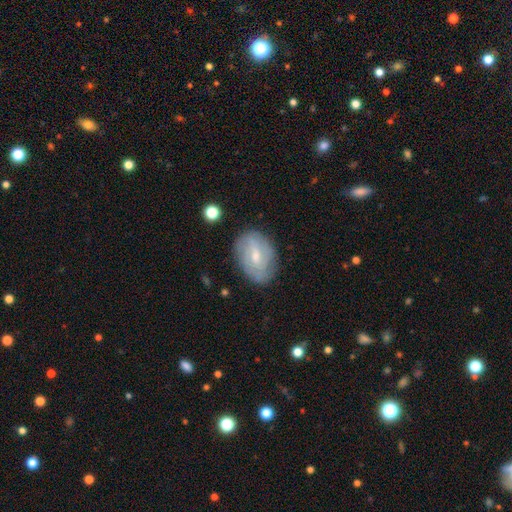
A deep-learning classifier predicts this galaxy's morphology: smooth_or_featured: featured or disk (p=0.62) [alt: smooth p=0.31]
disk_edge_on: no (p=0.95) [alt: yes p=0.05]
bar: weak (p=0.58) [alt: no p=0.27]
has_spiral_arms: yes (p=0.81) [alt: no p=0.19]
bulge_size: small (p=0.55) [alt: moderate p=0.39]
merging: none (p=0.79) [alt: minor disturbance p=0.15]